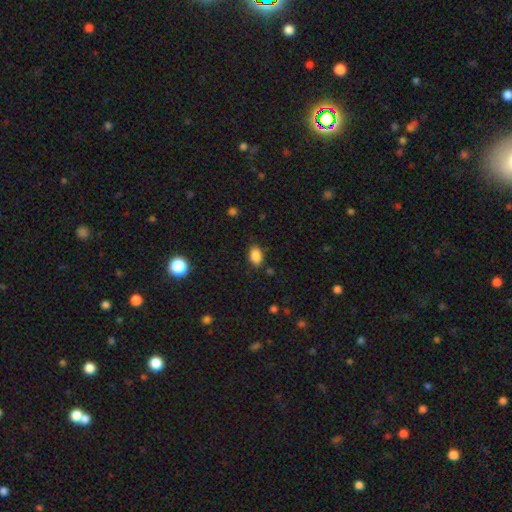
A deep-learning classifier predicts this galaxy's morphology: This is clearly a smooth galaxy (86%). How rounded: clearly in between (88%). Merging: clearly none (84%).